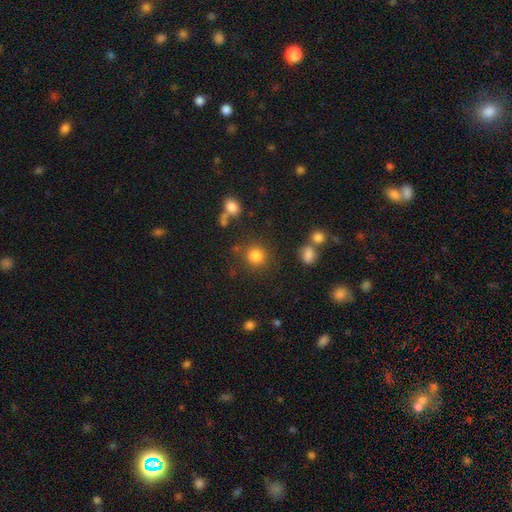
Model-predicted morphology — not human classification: The model was most divided on "smooth or featured": smooth: 82%, star or artifact: 12%, featured or disk: 5%. More confident: how rounded — round (90%); merging — none (81%).